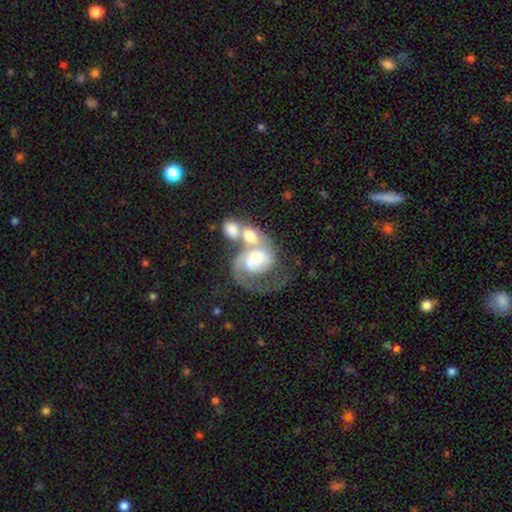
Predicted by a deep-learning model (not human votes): A featured or disk galaxy (76%) with no bar (63%), 1 (53%) medium (39%) spiral arms (86%) and a moderate central bulge (46%). Merging: merger (56%).